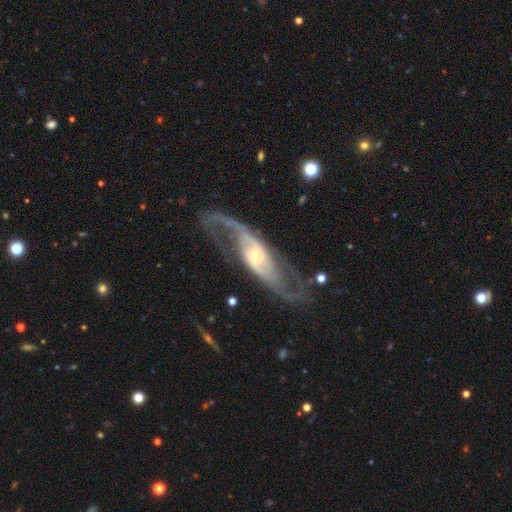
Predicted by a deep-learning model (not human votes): This appears to be a featured or disk galaxy (89%) with no bar (51%), 2 (90%) loose (45%) spiral arms (95%) and a small central bulge (66%). Merging: none (72%).